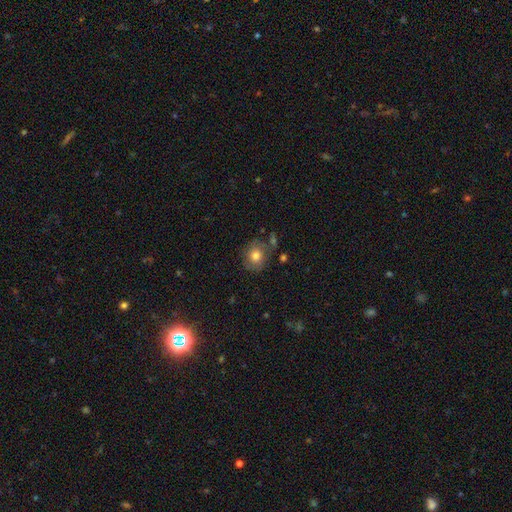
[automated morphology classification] type=smooth (73%); roundness=round (73%); merging=none (71%).